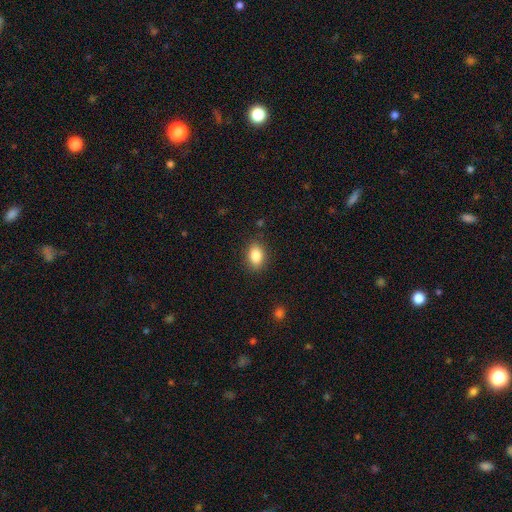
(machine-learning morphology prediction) The model was most divided on "how rounded": in between: 79%, round: 19%, cigar-shaped: 2%. More confident: merging — none (86%); smooth or featured — smooth (85%).